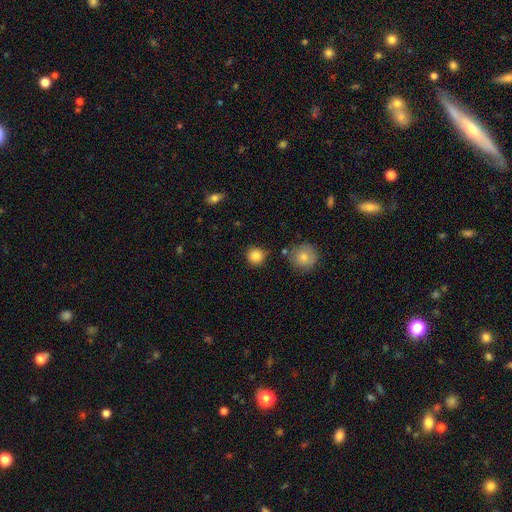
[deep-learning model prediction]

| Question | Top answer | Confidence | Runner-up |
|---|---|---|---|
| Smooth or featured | smooth | 85% | star or artifact (10%) |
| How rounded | round | 94% | in between (5%) |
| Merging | none | 85% | minor disturbance (8%) |